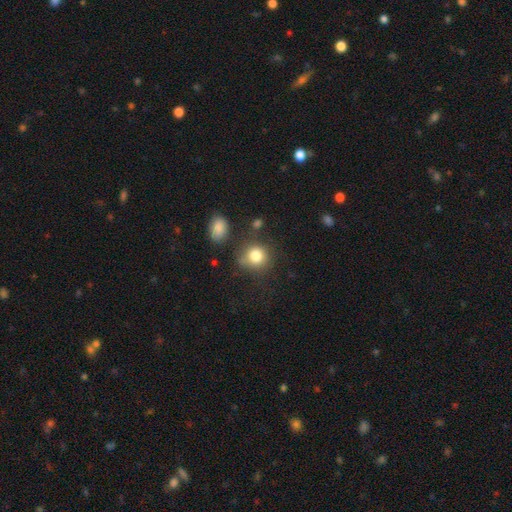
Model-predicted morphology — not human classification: smooth_or_featured: smooth (p=0.82) [alt: star or artifact p=0.10]
how_rounded: round (p=0.85) [alt: in between p=0.14]
merging: none (p=0.70) [alt: minor disturbance p=0.17]